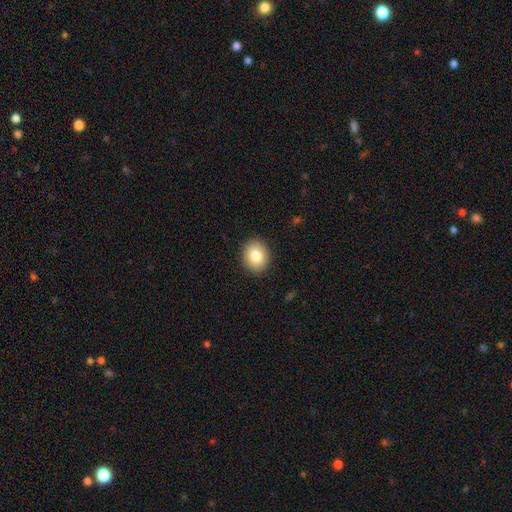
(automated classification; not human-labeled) The model was most divided on "how rounded": round: 56%, in between: 43%, cigar-shaped: 1%. More confident: merging — none (90%); smooth or featured — smooth (82%).